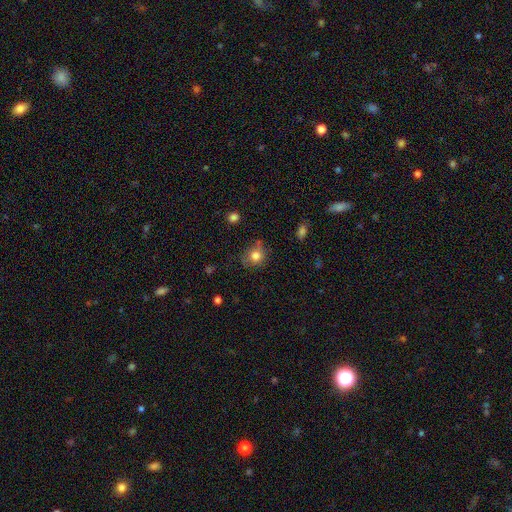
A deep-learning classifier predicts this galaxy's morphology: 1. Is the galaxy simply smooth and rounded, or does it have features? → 80% smooth, 11% star or artifact, 9% featured or disk.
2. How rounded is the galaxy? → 78% round, 21% in between, 1% cigar-shaped.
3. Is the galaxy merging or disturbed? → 65% none, 24% minor disturbance, 7% major disturbance, 4% merger.